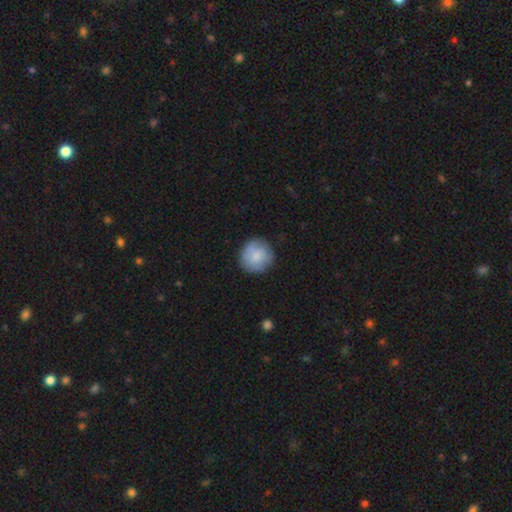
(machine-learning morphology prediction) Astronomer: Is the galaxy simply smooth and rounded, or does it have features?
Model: smooth — 72%.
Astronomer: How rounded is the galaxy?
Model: round — 92%.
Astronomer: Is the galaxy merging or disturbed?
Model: none — 78%.